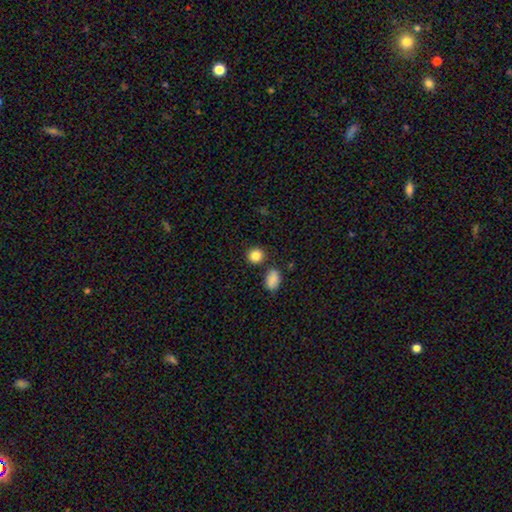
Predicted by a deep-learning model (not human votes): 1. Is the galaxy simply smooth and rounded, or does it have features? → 86% smooth, 10% star or artifact, 4% featured or disk.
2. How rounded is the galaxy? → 82% round, 17% in between, 1% cigar-shaped.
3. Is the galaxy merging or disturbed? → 81% none, 8% minor disturbance, 8% merger, 3% major disturbance.